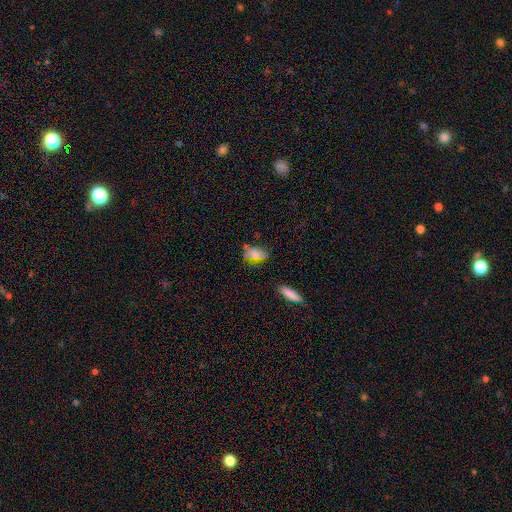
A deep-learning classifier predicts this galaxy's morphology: A smooth galaxy with no disk features (71%) that is in between round and cigar-shaped (82%).

Vote fractions:
- Smooth or featured? smooth: 71% / featured or disk: 17% / star or artifact: 12%
- How rounded? in between: 82% / round: 10% / cigar-shaped: 8%
- Merging? none: 52% / minor disturbance: 29% / major disturbance: 12% / merger: 7%